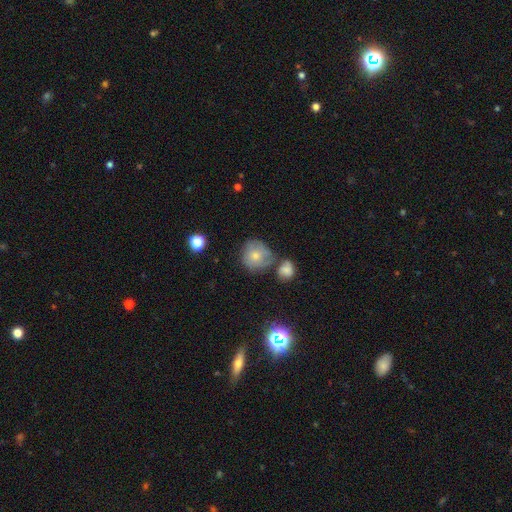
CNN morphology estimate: Smooth or featured? Predicted: smooth (p=0.69). How rounded? Predicted: round (p=0.86). Merging? Predicted: none (p=0.49).